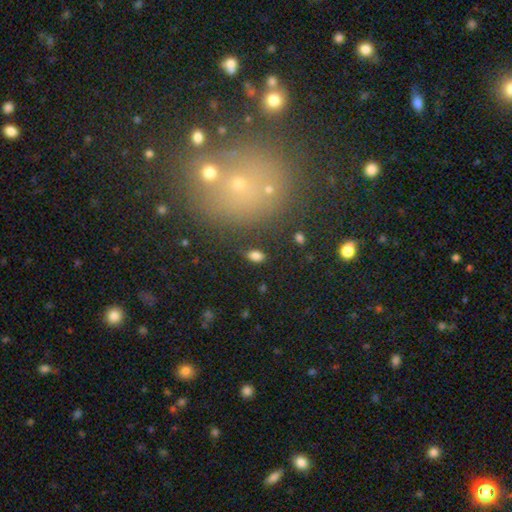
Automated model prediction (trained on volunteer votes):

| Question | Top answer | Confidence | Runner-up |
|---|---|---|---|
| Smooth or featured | smooth | 83% | star or artifact (11%) |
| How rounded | in between | 88% | round (9%) |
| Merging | none | 83% | minor disturbance (11%) |